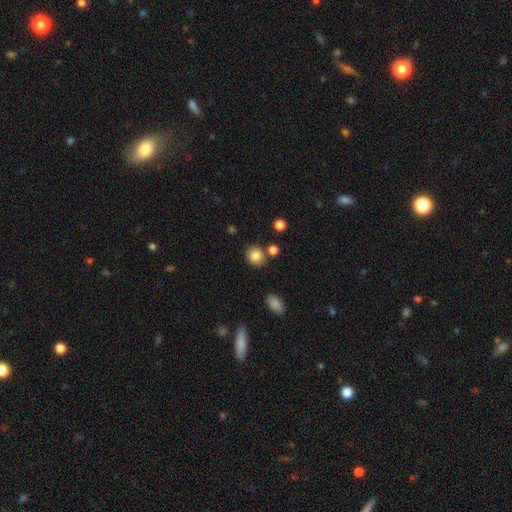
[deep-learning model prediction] The model was most divided on "how rounded": round: 76%, in between: 23%, cigar-shaped: 1%. More confident: smooth or featured — smooth (85%); merging — none (77%).